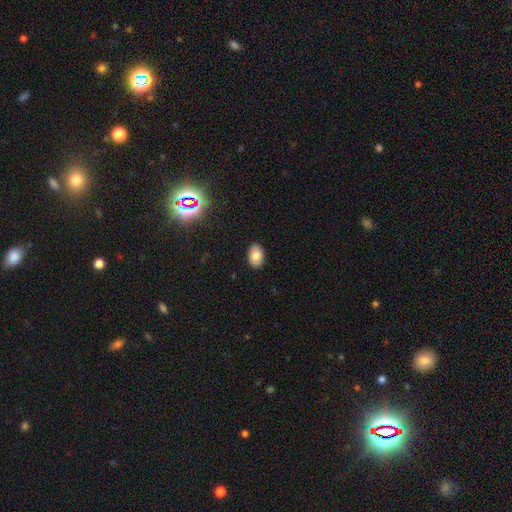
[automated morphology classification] smooth 78%, featured or disk 11%, star or artifact 11%. Down the decision tree: how rounded — in between (86%); merging — none (88%).